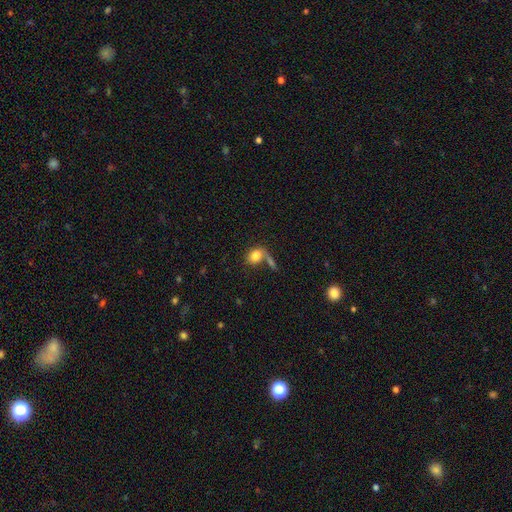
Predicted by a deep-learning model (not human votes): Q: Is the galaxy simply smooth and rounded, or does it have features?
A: smooth — 79%.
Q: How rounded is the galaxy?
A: in between — 71%.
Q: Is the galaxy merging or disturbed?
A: none — 40%.